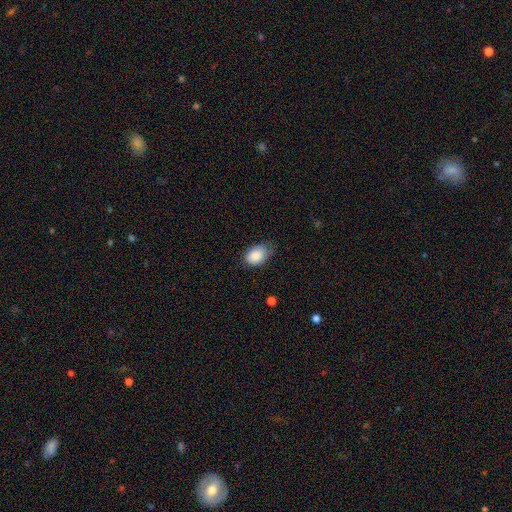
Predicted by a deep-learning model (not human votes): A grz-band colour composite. It shows a smooth galaxy with no disk features (86%) that is in between round and cigar-shaped (80%). Merging: none (50%).